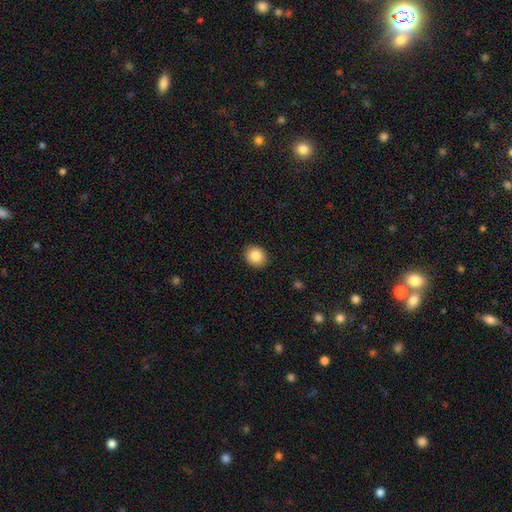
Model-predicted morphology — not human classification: This appears to be a smooth galaxy with no disk features (85%) that is round (72%). Merging: none (91%).